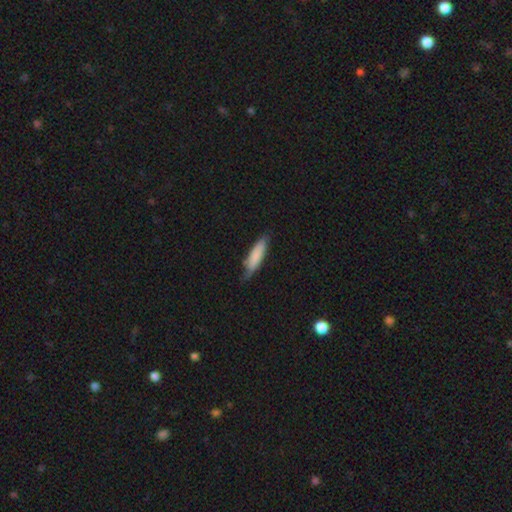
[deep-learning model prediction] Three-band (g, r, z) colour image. It shows a smooth galaxy with no disk features (78%) that is cigar-shaped (64%). Merging: none (58%).